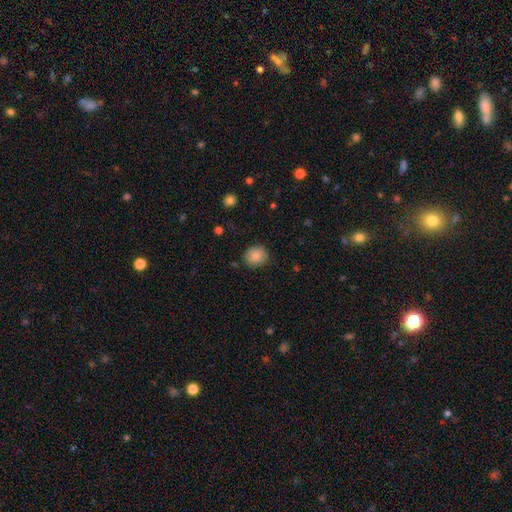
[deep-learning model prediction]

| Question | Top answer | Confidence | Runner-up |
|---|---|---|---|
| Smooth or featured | smooth | 86% | star or artifact (8%) |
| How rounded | round | 82% | in between (18%) |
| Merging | none | 85% | minor disturbance (11%) |